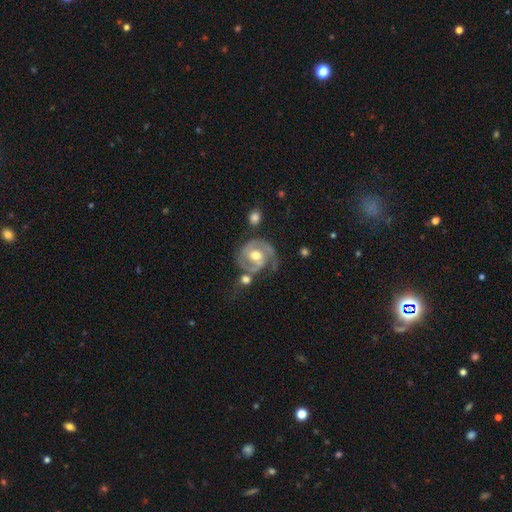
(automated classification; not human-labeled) Smooth or featured? featured or disk (80%)
Edge-on disk? no (98%)
Bar? no (51%)
Spiral arms? yes (87%)
Spiral winding? tight (53%)
Spiral arm count? 2 (57%)
Bulge size? moderate (78%)
Merging? none (45%)